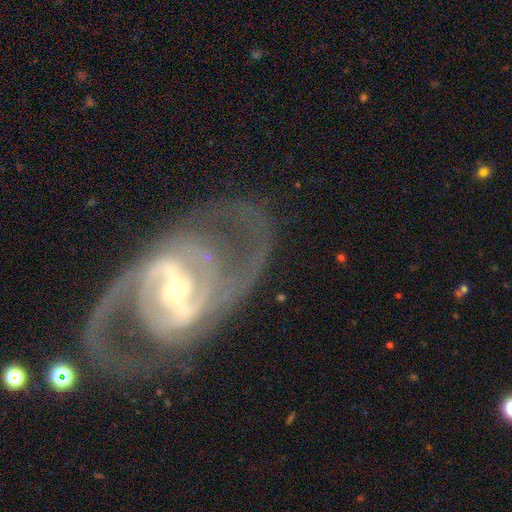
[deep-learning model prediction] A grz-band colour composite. It shows a featured or disk galaxy (91%) with a strong bar (51%), 2 (82%) medium (55%) spiral arms (96%) and a moderate central bulge (47%). Merging: none (69%).